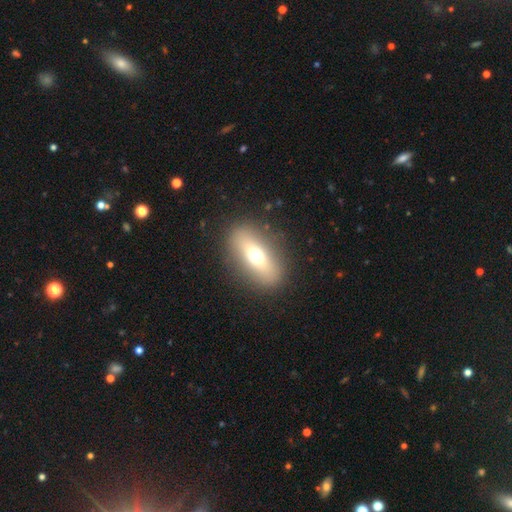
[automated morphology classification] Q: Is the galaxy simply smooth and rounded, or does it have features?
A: smooth — 62%.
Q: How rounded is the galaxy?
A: in between — 71%.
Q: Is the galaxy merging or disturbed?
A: none — 87%.